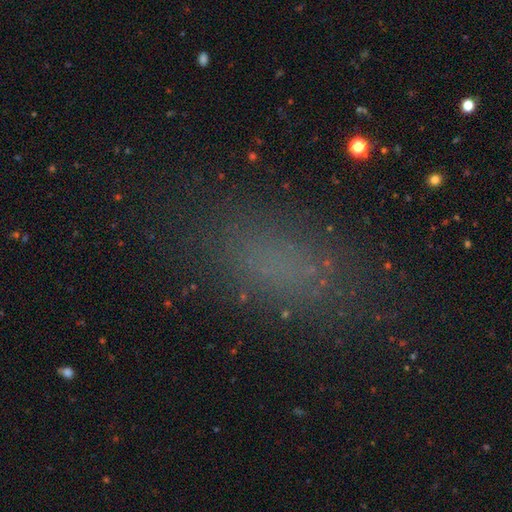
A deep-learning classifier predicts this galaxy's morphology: A smooth galaxy with no disk features (57%) that is in between round and cigar-shaped (81%).

Vote fractions:
- Smooth or featured? smooth: 57% / star or artifact: 27% / featured or disk: 16%
- How rounded? in between: 81% / cigar-shaped: 10% / round: 9%
- Merging? none: 70% / minor disturbance: 17% / major disturbance: 11% / merger: 2%